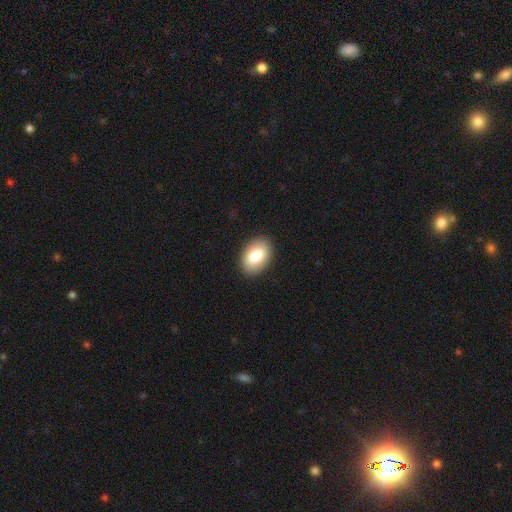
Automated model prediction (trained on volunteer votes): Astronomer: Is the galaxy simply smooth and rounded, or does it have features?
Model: smooth — 82%.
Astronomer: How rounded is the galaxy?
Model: in between — 88%.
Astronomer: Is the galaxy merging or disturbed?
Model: none — 90%.